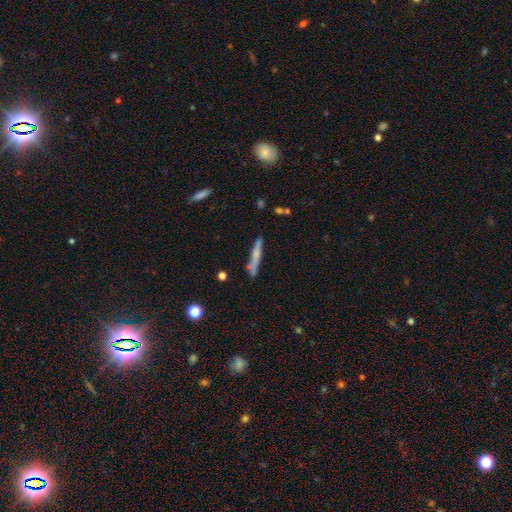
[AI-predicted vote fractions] Smooth or featured? smooth (52%)
How rounded? cigar-shaped (94%)
Merging? none (74%)